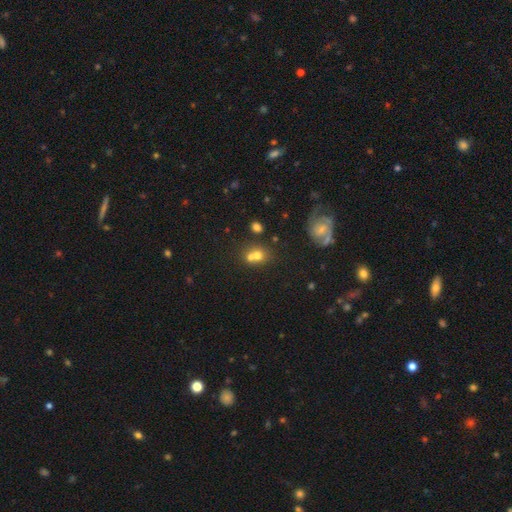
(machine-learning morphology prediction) The model was most divided on "merging": merger: 56%, none: 34%, minor disturbance: 7%, major disturbance: 3%. More confident: how rounded — round (71%); smooth or featured — smooth (67%).